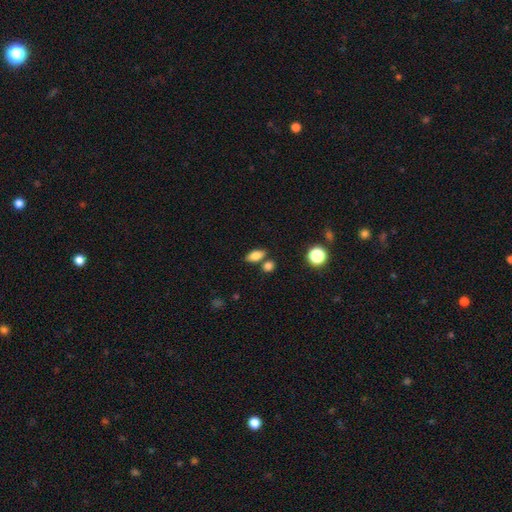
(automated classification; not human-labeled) A smooth galaxy with no disk features (79%) that is in between round and cigar-shaped (84%). Merging: none (72%).